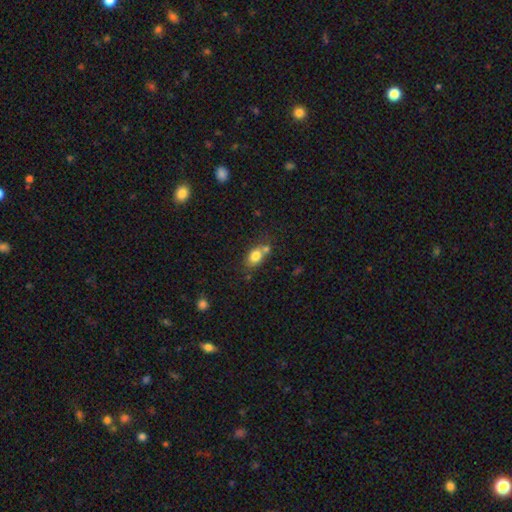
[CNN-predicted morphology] type=smooth (79%); roundness=in between (74%); merging=none (49%).